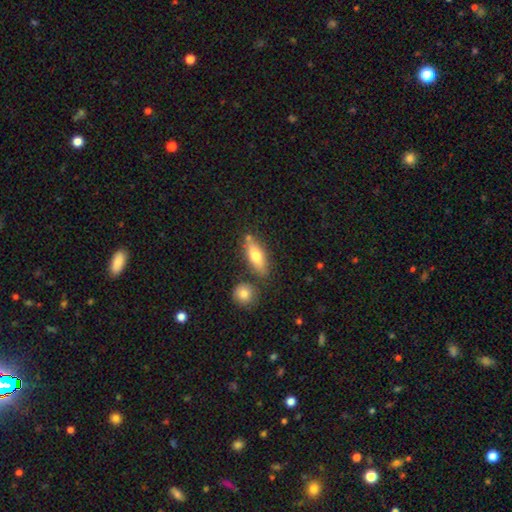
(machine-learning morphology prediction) smooth-or-featured: smooth: 69% | featured or disk: 25% | star or artifact: 7%
  how-rounded: in between: 66% | cigar-shaped: 30% | round: 4%
  merging: none: 70% | minor disturbance: 14% | merger: 13% | major disturbance: 4%